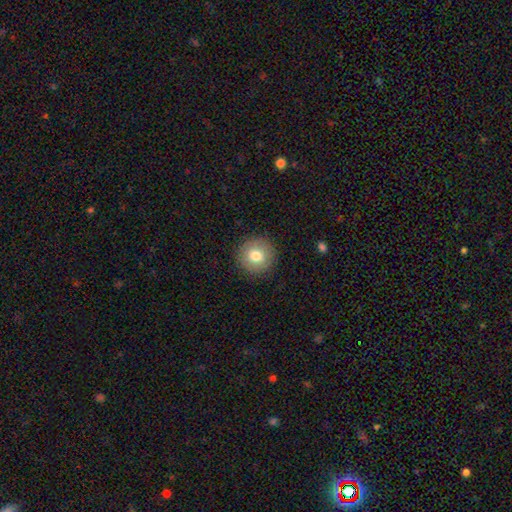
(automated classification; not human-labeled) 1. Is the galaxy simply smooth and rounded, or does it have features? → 78% smooth, 13% featured or disk, 9% star or artifact.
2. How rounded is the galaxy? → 95% round, 4% in between, 1% cigar-shaped.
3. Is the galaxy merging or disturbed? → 91% none, 6% minor disturbance, 2% major disturbance, 1% merger.